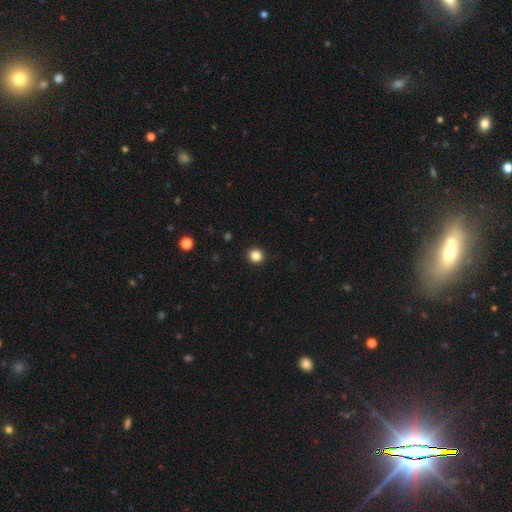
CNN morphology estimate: A smooth galaxy with no disk features (85%) that is round (92%). Merging: none (93%).